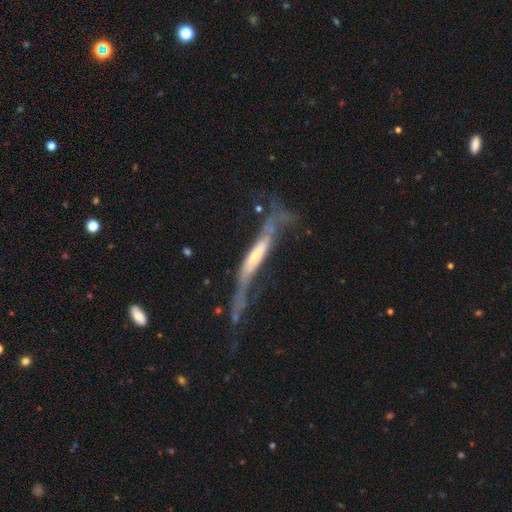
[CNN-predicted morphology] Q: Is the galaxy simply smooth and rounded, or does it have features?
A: featured or disk — 65%.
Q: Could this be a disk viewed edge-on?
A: yes — 59%.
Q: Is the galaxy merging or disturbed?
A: major disturbance — 46%.